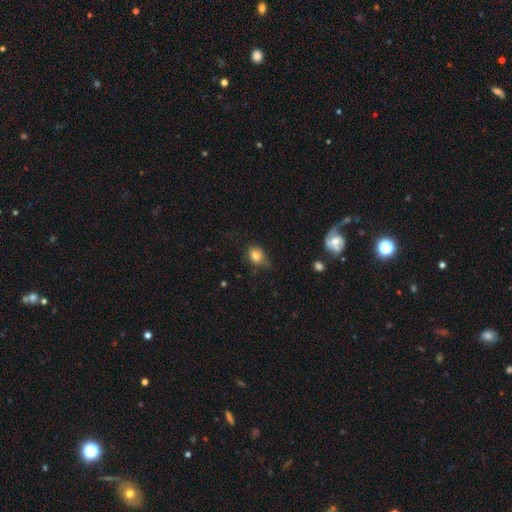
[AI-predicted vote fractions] This is likely a smooth galaxy (80%). How rounded: possibly round (53%). Merging: possibly none (56%).